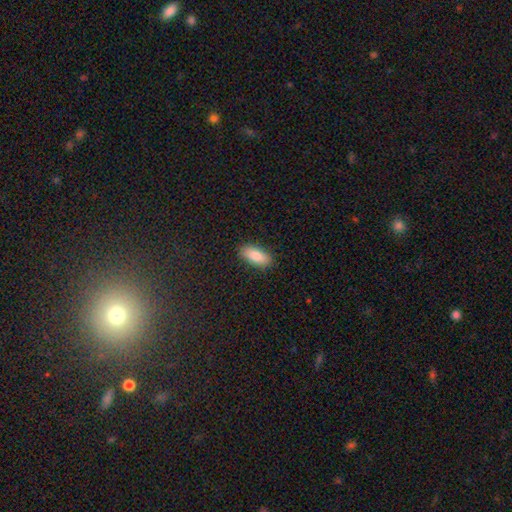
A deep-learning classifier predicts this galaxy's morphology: Smooth or featured?
  - smooth: 86% *
  - featured or disk: 8%
  - star or artifact: 6%
How rounded?
  - in between: 85% *
  - cigar-shaped: 13%
  - round: 2%
Merging?
  - none: 89% *
  - minor disturbance: 8%
  - major disturbance: 2%
  - merger: 1%